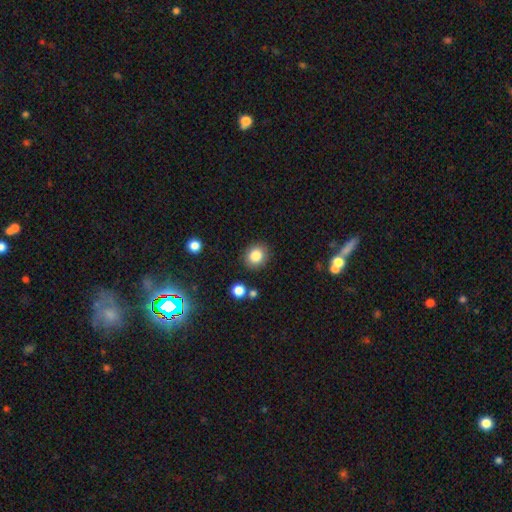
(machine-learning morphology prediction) Smooth or featured?
  - smooth: 84% *
  - star or artifact: 10%
  - featured or disk: 6%
How rounded?
  - round: 76% *
  - in between: 24%
  - cigar-shaped: 1%
Merging?
  - none: 86% *
  - minor disturbance: 8%
  - merger: 3%
  - major disturbance: 3%